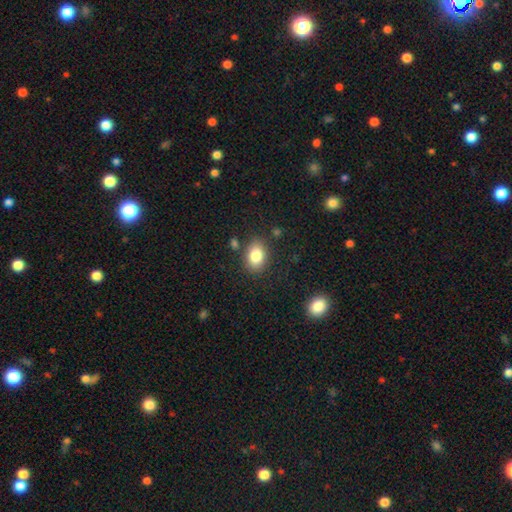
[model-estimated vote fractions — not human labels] Morphology: type=smooth (83%); roundness=in between (77%); merging=none (81%).